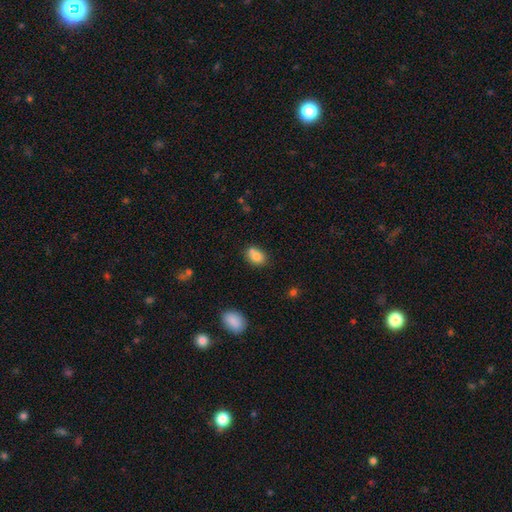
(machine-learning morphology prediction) This appears to be a smooth galaxy with no disk features (80%) that is in between round and cigar-shaped (70%). Merging: none (51%).